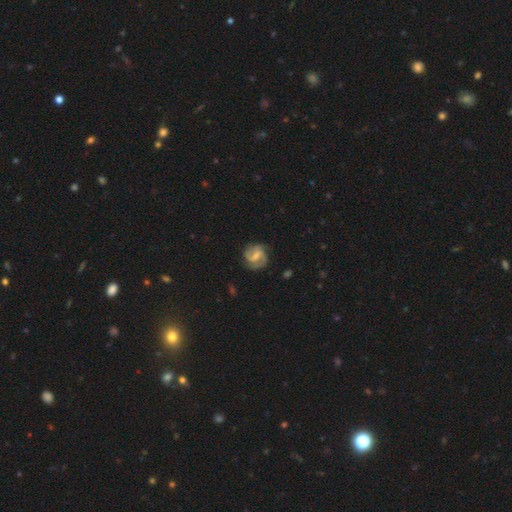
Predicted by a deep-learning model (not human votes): Morphology: type=featured or disk (81%); edge-on=no (98%); bar=weak (51%); spiral arms=yes (96%); winding=medium (50%); arm count=2 (76%); bulge=small (40%); merging=none (75%).